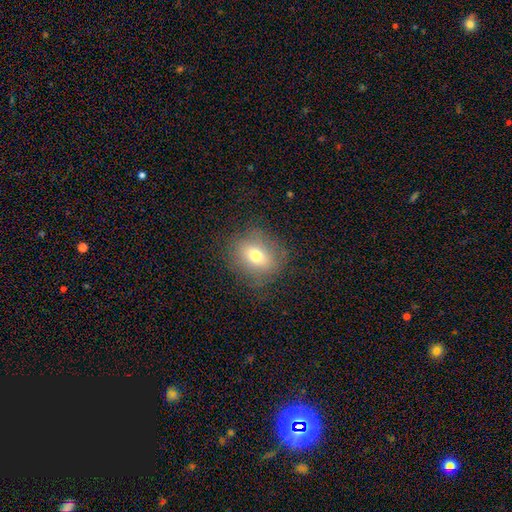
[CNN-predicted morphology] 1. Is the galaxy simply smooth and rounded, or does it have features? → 68% smooth, 20% featured or disk, 12% star or artifact.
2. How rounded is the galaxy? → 59% round, 40% in between, 2% cigar-shaped.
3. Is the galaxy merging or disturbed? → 77% none, 15% minor disturbance, 7% major disturbance, 1% merger.